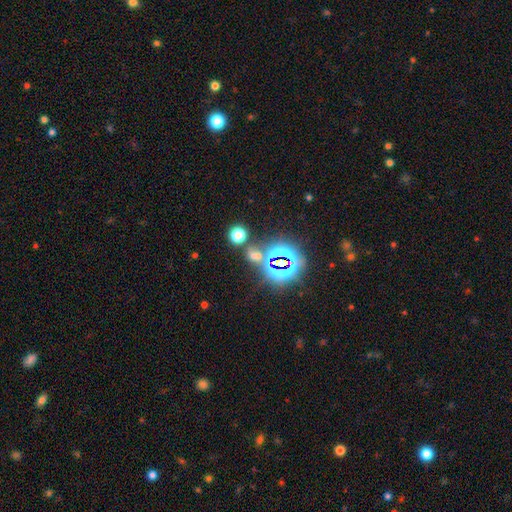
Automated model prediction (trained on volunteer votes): The model was most divided on "smooth or featured": star or artifact: 60%, smooth: 32%, featured or disk: 8%.